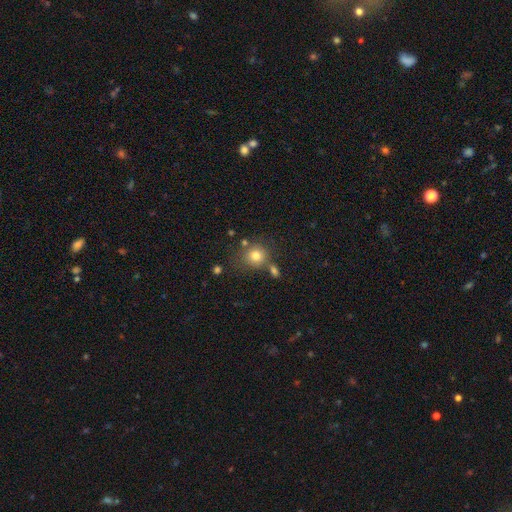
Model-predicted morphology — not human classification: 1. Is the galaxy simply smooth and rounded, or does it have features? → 79% smooth, 12% star or artifact, 9% featured or disk.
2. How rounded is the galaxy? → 86% round, 14% in between, 1% cigar-shaped.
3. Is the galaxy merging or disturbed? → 67% none, 15% merger, 13% minor disturbance, 5% major disturbance.